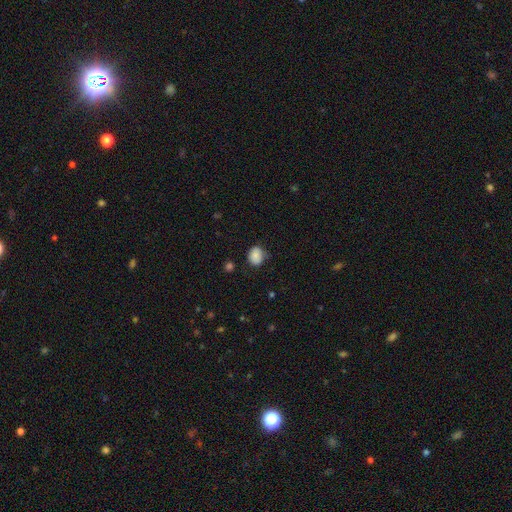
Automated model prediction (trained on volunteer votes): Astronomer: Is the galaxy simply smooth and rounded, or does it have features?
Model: smooth — 83%.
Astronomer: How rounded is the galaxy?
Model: round — 55% (runner-up: in between, 44%).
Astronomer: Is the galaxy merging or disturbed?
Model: none — 67%.